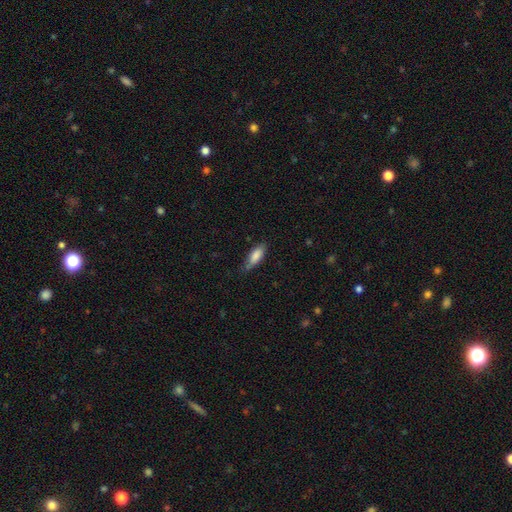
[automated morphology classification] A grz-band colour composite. It shows a smooth galaxy with no disk features (84%) that is in between round and cigar-shaped (70%). Merging: none (63%).